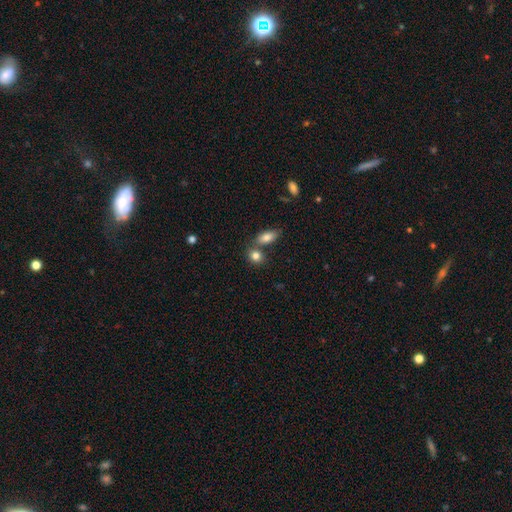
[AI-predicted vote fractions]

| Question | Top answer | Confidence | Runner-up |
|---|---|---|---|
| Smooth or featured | smooth | 83% | star or artifact (9%) |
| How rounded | in between | 50% | round (47%) |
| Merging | none | 55% | merger (32%) |